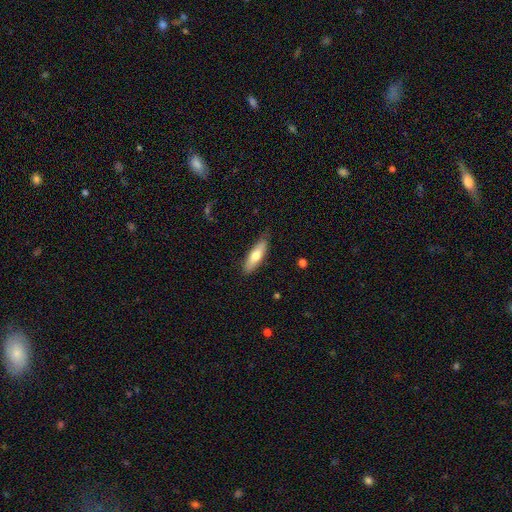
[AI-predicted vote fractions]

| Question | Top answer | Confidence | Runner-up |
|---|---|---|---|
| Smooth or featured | smooth | 69% | featured or disk (26%) |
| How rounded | cigar-shaped | 54% | in between (44%) |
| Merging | none | 84% | minor disturbance (13%) |